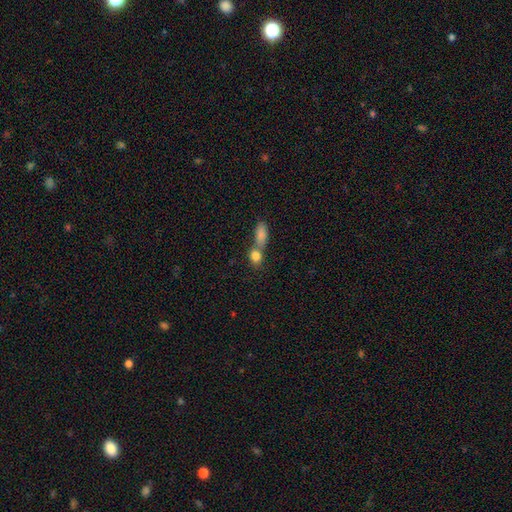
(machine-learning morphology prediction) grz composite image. It shows a smooth galaxy with no disk features (83%) that is in between round and cigar-shaped (53%). Merging: merger (57%).